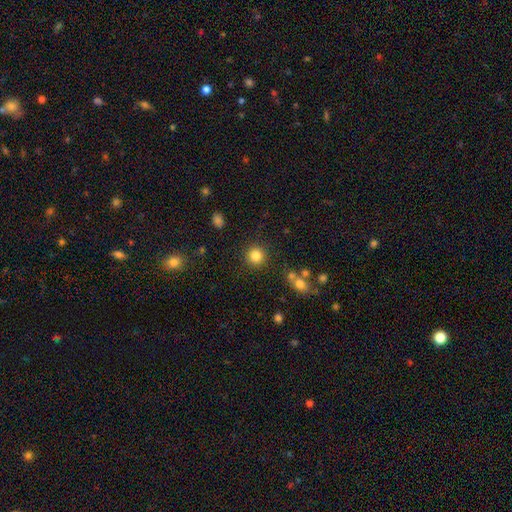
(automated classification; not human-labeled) smooth-or-featured: smooth: 83% | star or artifact: 11% | featured or disk: 6%
  how-rounded: round: 94% | in between: 5% | cigar-shaped: 1%
  merging: none: 89% | minor disturbance: 6% | merger: 3% | major disturbance: 3%